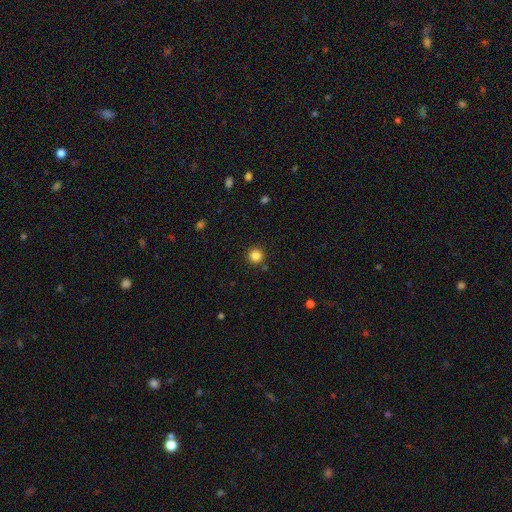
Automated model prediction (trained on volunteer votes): A smooth galaxy with no disk features (84%) that is round (95%).

Vote fractions:
- Smooth or featured? smooth: 84% / star or artifact: 12% / featured or disk: 4%
- How rounded? round: 95% / in between: 4% / cigar-shaped: 1%
- Merging? none: 89% / minor disturbance: 6% / merger: 3% / major disturbance: 2%